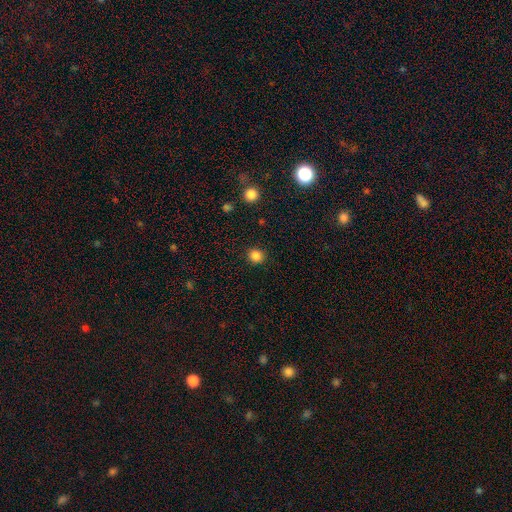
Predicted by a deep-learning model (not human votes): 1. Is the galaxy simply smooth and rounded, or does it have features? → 85% smooth, 12% star or artifact, 3% featured or disk.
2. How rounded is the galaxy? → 89% round, 10% in between, 1% cigar-shaped.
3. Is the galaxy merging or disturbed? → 91% none, 6% minor disturbance, 2% major disturbance, 1% merger.